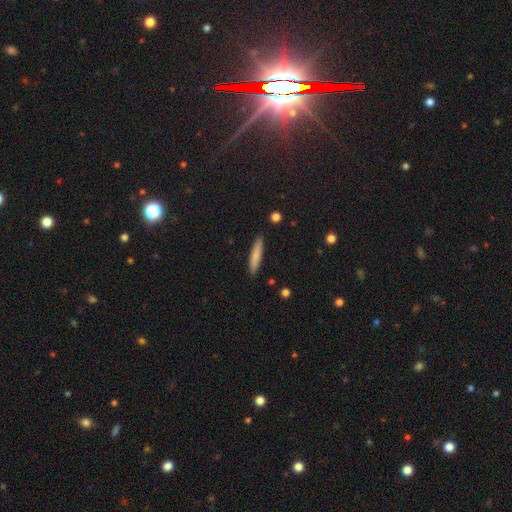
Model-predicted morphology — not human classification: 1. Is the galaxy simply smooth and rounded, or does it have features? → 78% smooth, 16% featured or disk, 6% star or artifact.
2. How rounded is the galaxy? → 90% cigar-shaped, 9% in between, 1% round.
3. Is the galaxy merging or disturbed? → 90% none, 7% minor disturbance, 1% major disturbance, 1% merger.